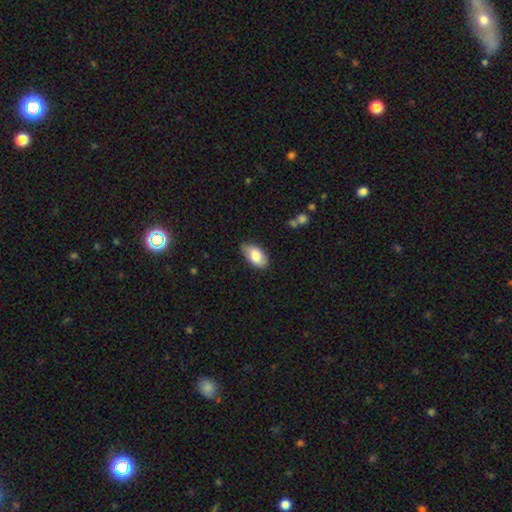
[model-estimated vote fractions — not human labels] Smooth or featured? smooth (79%)
How rounded? in between (94%)
Merging? none (75%)